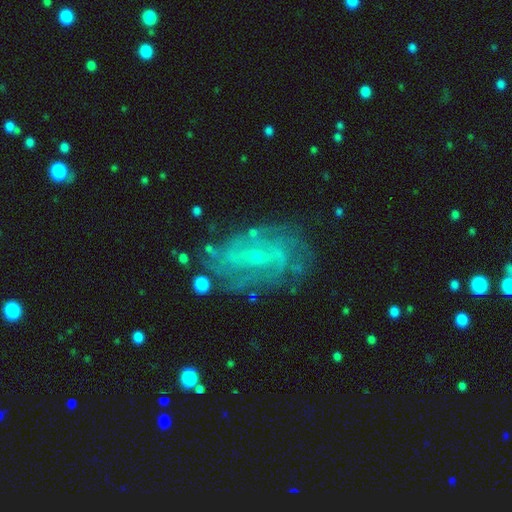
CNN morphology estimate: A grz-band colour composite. It shows a featured or disk galaxy (77%) with a weak bar (47%), tight (46%) spiral arms (78%) and a small central bulge (79%). Merging: none (73%).